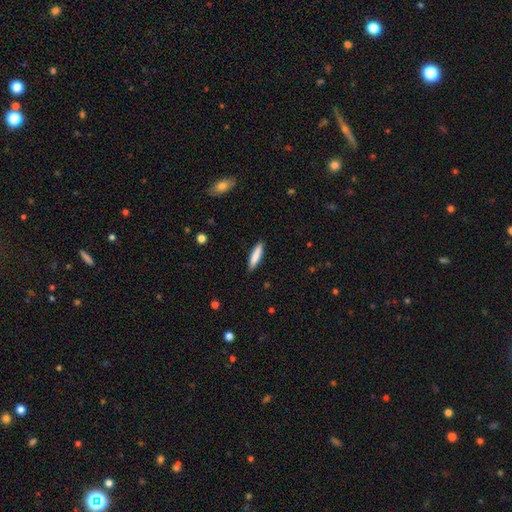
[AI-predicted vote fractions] smooth 83%, featured or disk 11%, star or artifact 6%. Down the decision tree: how rounded — cigar-shaped (83%); merging — none (90%).